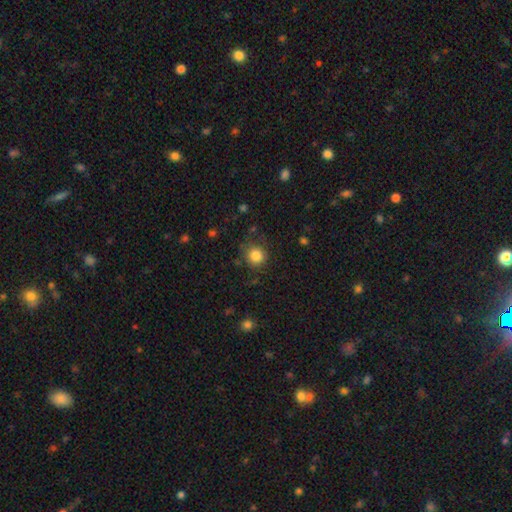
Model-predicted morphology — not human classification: smooth-or-featured: smooth: 84% | star or artifact: 11% | featured or disk: 5%
  how-rounded: round: 90% | in between: 9% | cigar-shaped: 1%
  merging: none: 77% | minor disturbance: 15% | major disturbance: 6% | merger: 2%